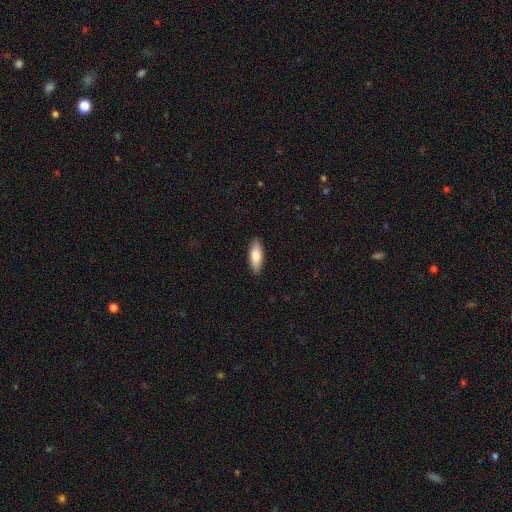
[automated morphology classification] Smooth or featured? Predicted: smooth (p=0.83). How rounded? Predicted: in between (p=0.68). Merging? Predicted: none (p=0.88).